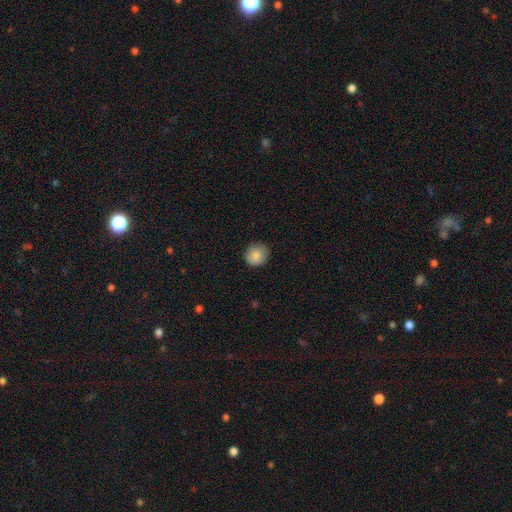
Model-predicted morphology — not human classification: smooth_or_featured: smooth (p=0.85) [alt: star or artifact p=0.08]
how_rounded: round (p=0.79) [alt: in between p=0.20]
merging: none (p=0.84) [alt: minor disturbance p=0.12]